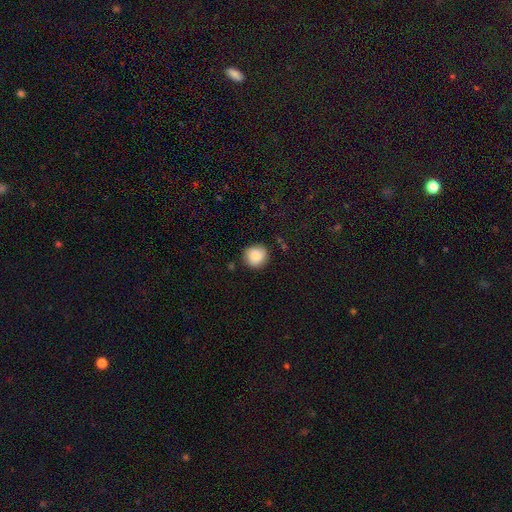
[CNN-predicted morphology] Smooth or featured? smooth (85%)
How rounded? round (90%)
Merging? none (83%)